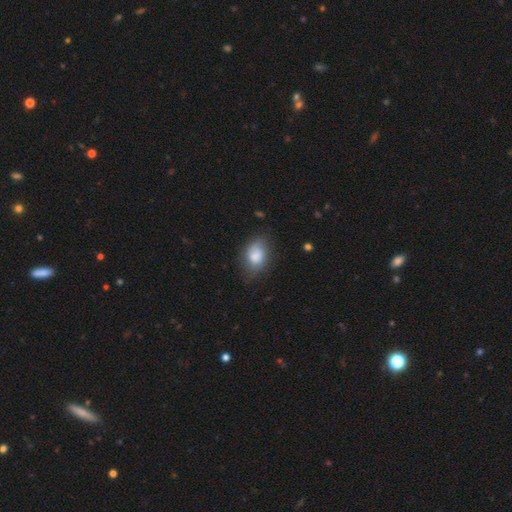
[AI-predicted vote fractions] Smooth or featured? smooth (80%)
How rounded? in between (81%)
Merging? none (63%)